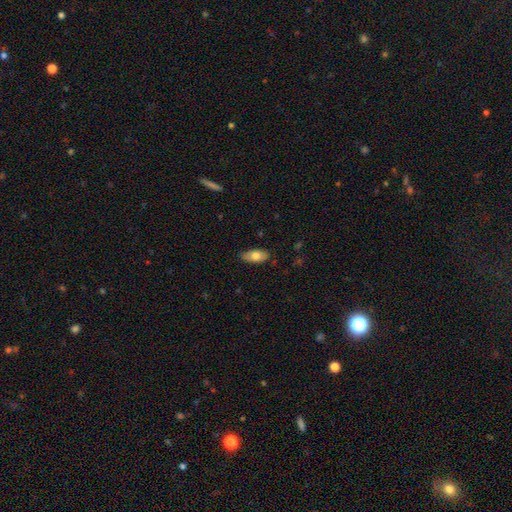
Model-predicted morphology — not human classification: Overall: smooth (74%). How rounded: in between (89%). Merging: none (80%).